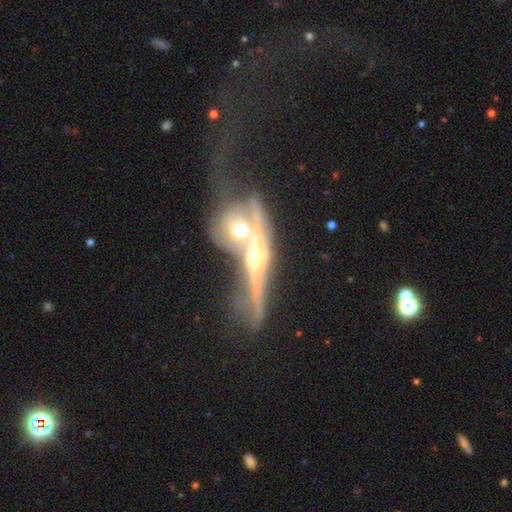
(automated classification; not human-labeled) featured or disk 75%, smooth 17%, star or artifact 8%. Down the decision tree: edge-on disk — yes (63%); merging — merger (73%).